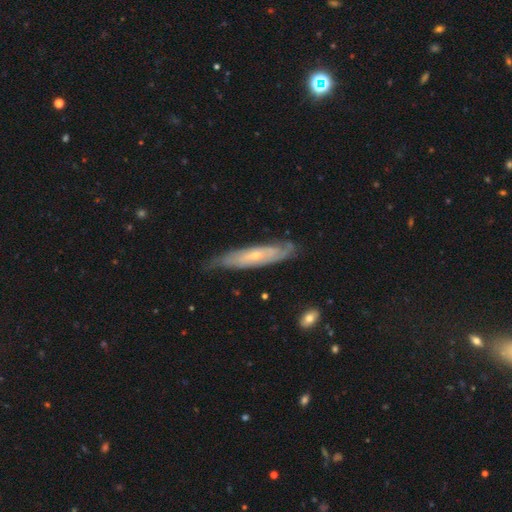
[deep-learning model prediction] A featured or disk galaxy (69%). Merging: none (71%).